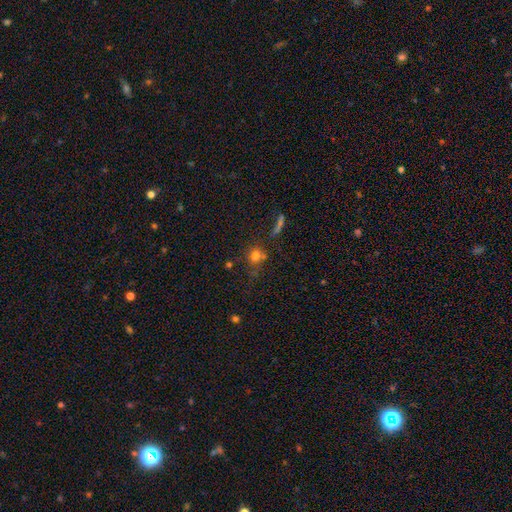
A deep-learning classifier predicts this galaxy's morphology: This appears to be a smooth galaxy with no disk features (74%) that is round (83%). Merging: none (61%).